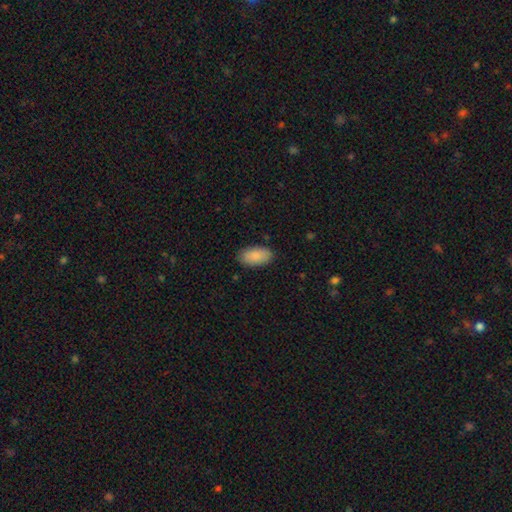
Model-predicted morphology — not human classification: Smooth or featured? smooth (89%)
How rounded? in between (94%)
Merging? none (86%)